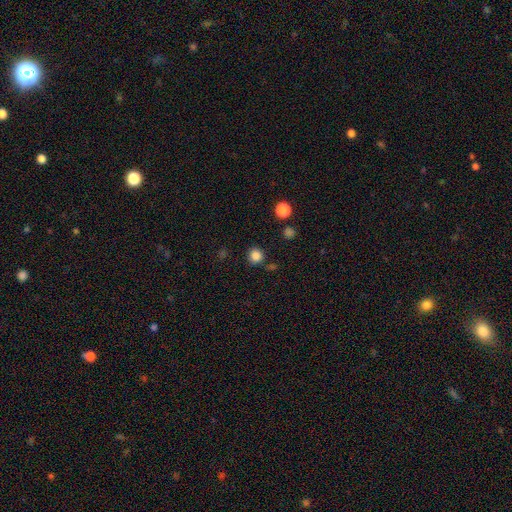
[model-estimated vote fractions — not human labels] smooth-or-featured: smooth: 84% | star or artifact: 12% | featured or disk: 4%
  how-rounded: round: 91% | in between: 8% | cigar-shaped: 1%
  merging: none: 86% | minor disturbance: 8% | merger: 4% | major disturbance: 3%